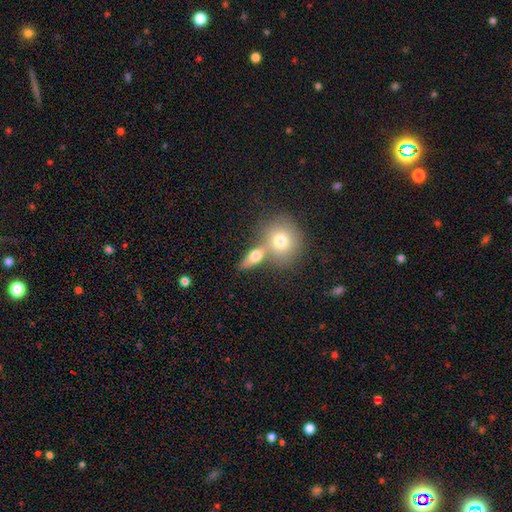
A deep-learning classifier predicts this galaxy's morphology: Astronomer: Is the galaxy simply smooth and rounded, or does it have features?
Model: smooth — 65%.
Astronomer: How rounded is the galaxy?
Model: in between — 54%.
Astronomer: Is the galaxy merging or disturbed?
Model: none — 46% (runner-up: merger, 40%).